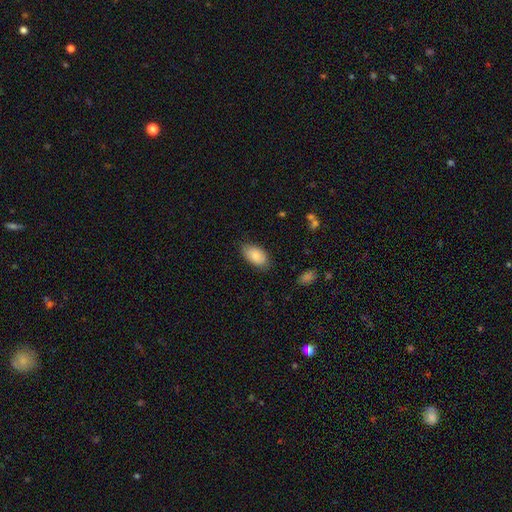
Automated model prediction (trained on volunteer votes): Morphology: type=smooth (86%); roundness=in between (94%); merging=none (78%).